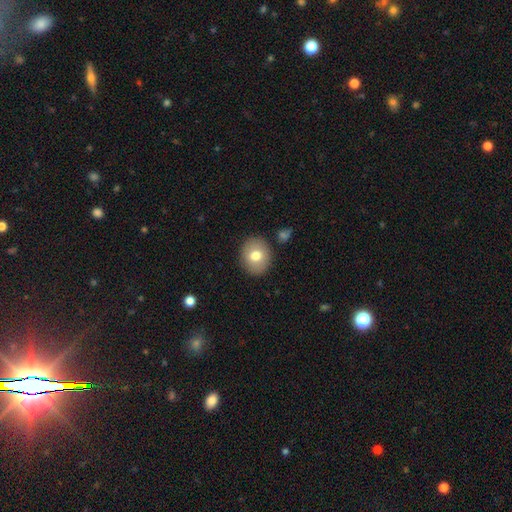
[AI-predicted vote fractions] smooth_or_featured: smooth (p=0.75) [alt: featured or disk p=0.16]
how_rounded: round (p=0.66) [alt: in between p=0.33]
merging: none (p=0.87) [alt: minor disturbance p=0.08]